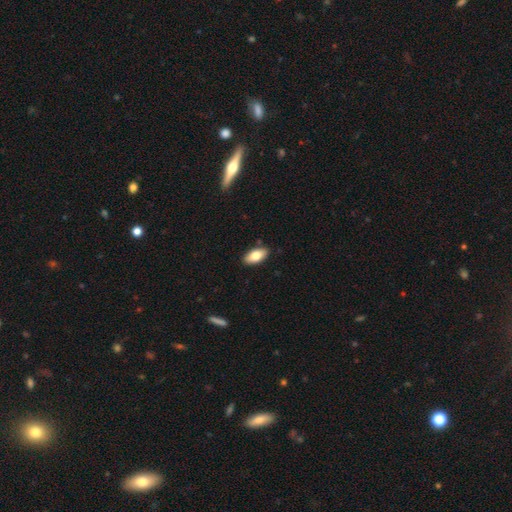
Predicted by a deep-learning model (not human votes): The model was most divided on "smooth or featured": smooth: 79%, featured or disk: 15%, star or artifact: 7%. More confident: how rounded — in between (92%); merging — none (88%).